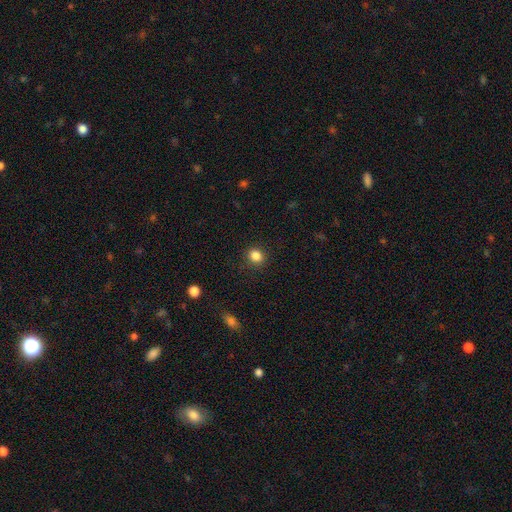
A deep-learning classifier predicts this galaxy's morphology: smooth_or_featured: smooth (p=0.85) [alt: star or artifact p=0.11]
how_rounded: round (p=0.74) [alt: in between p=0.25]
merging: none (p=0.88) [alt: minor disturbance p=0.08]